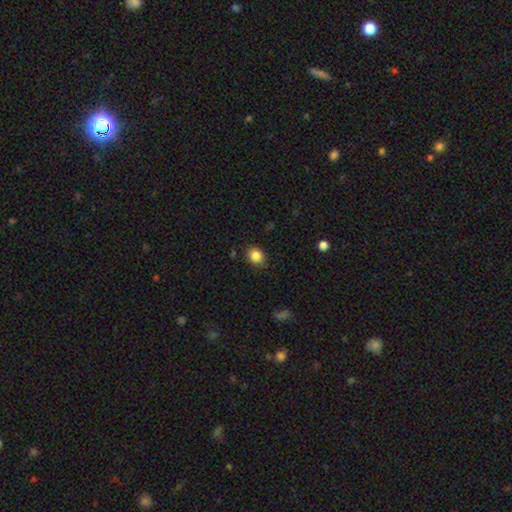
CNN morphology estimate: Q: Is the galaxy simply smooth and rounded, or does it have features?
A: smooth — 86%.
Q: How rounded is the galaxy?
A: round — 66%.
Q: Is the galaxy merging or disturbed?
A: none — 86%.